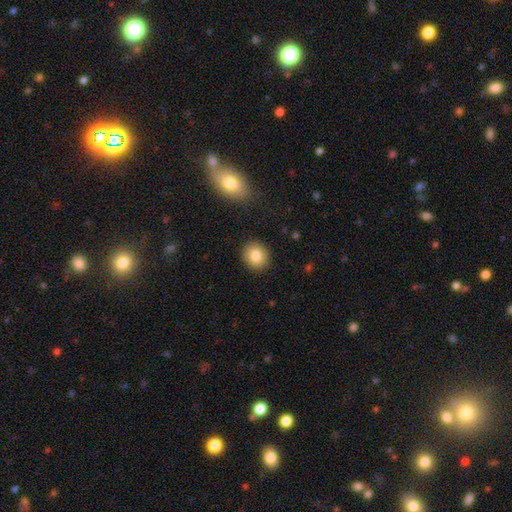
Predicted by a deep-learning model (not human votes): This is clearly a smooth galaxy (82%). How rounded: likely round (79%). Merging: clearly none (90%).